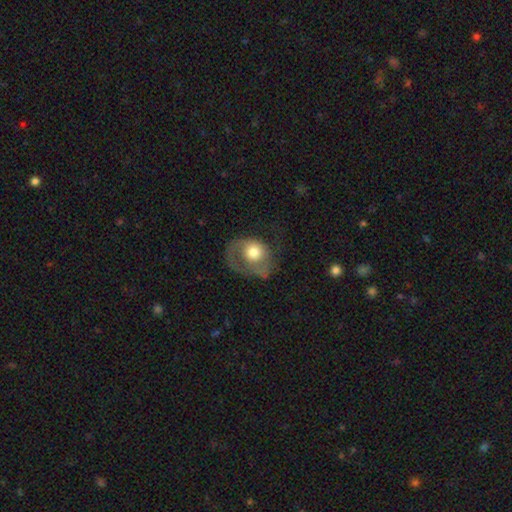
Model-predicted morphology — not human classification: This is possibly a featured or disk galaxy (46%). Merging: clearly none (82%).